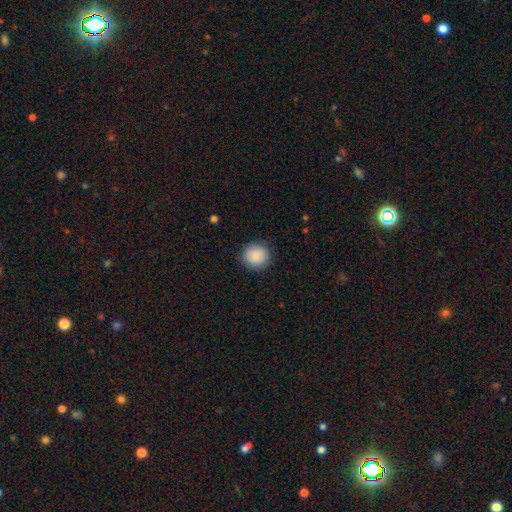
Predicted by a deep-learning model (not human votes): Smooth or featured? smooth (89%)
How rounded? round (93%)
Merging? none (89%)